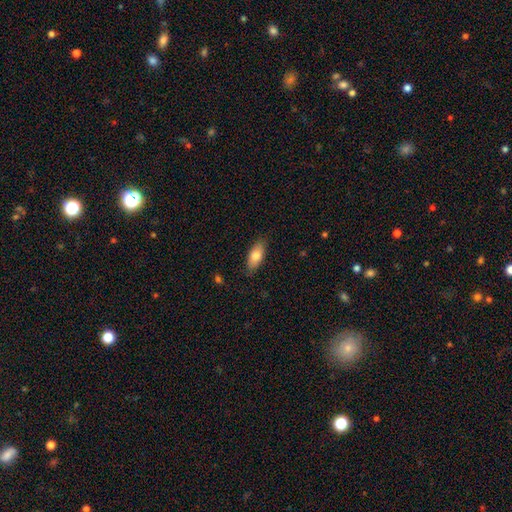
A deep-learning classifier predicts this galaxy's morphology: Smooth or featured? Predicted: smooth (p=0.79). How rounded? Predicted: in between (p=0.86). Merging? Predicted: none (p=0.83).